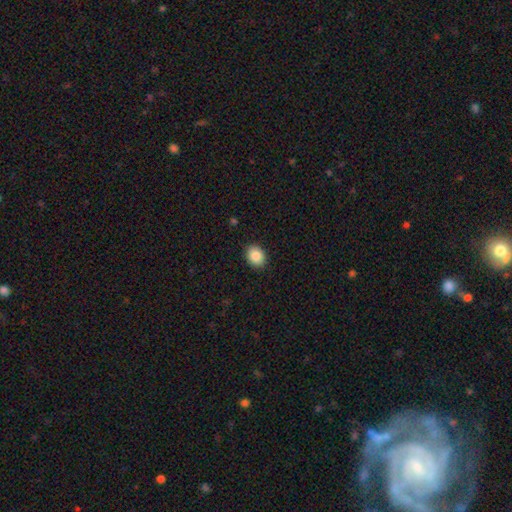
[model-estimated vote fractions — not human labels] smooth-or-featured: smooth: 88% | star or artifact: 8% | featured or disk: 4%
  how-rounded: in between: 56% | round: 43% | cigar-shaped: 1%
  merging: none: 90% | minor disturbance: 7% | major disturbance: 2% | merger: 1%